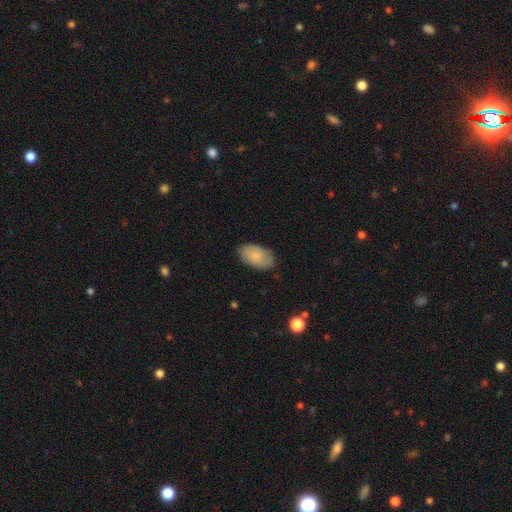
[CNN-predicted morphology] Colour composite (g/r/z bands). It shows a smooth galaxy with no disk features (78%) that is in between round and cigar-shaped (94%). Merging: none (83%).